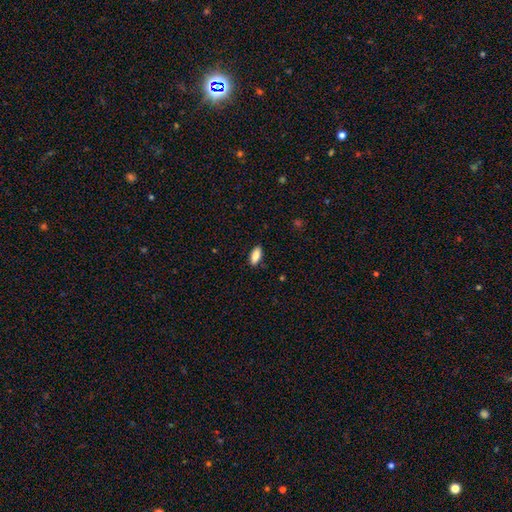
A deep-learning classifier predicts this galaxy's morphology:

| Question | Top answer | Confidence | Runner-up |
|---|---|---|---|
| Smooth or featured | smooth | 87% | star or artifact (7%) |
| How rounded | in between | 82% | cigar-shaped (16%) |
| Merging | none | 88% | minor disturbance (9%) |